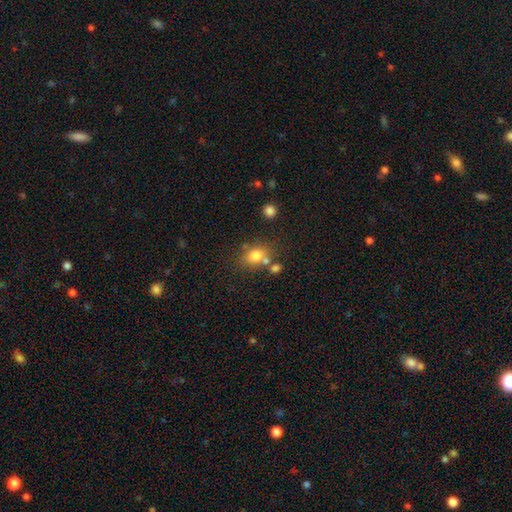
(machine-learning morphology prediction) smooth_or_featured: smooth (p=0.76) [alt: star or artifact p=0.12]
how_rounded: in between (p=0.58) [alt: round p=0.41]
merging: none (p=0.59) [alt: merger p=0.21]